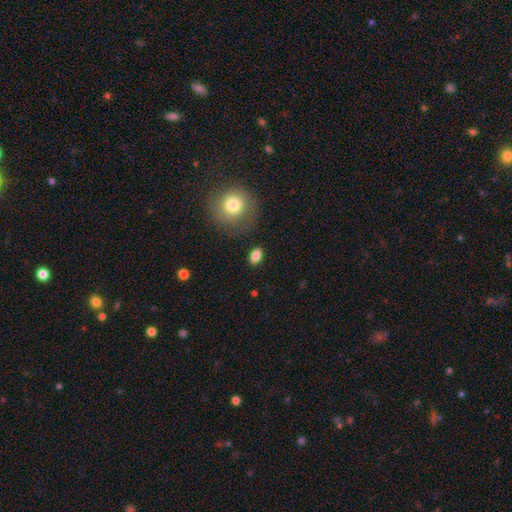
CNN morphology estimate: Overall: smooth (84%). How rounded: in between (82%). Merging: none (85%).